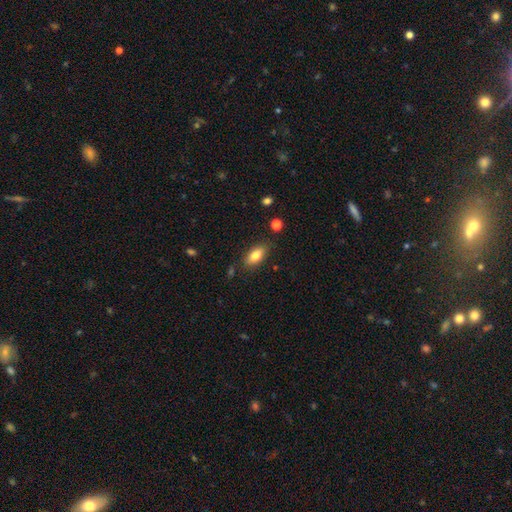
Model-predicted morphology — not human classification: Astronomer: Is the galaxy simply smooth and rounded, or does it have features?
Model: smooth — 79%.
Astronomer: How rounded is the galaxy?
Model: in between — 86%.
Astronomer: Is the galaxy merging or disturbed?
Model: none — 82%.